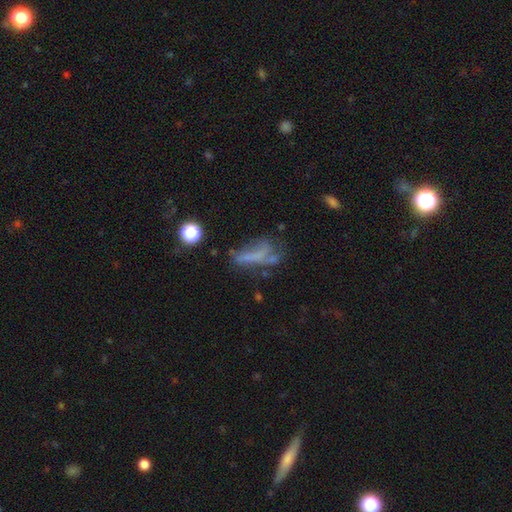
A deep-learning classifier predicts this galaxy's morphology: smooth-or-featured: featured or disk: 41% | smooth: 36% | star or artifact: 22%
  merging: none: 35% | major disturbance: 33% | minor disturbance: 21% | merger: 11%